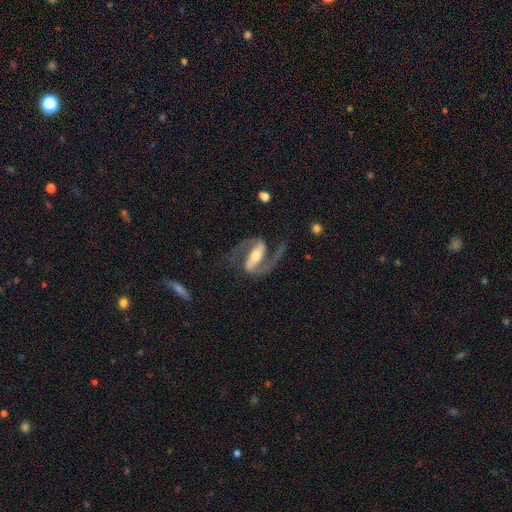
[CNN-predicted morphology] Overall: featured or disk (91%). Edge-on disk: no (95%). Bar: strong (68%). Spiral arms: yes (97%). Spiral arm count: 2 (92%). Spiral winding: medium (54%; loose 33%). Bulge size: moderate (60%; small 26%). Merging: none (74%).